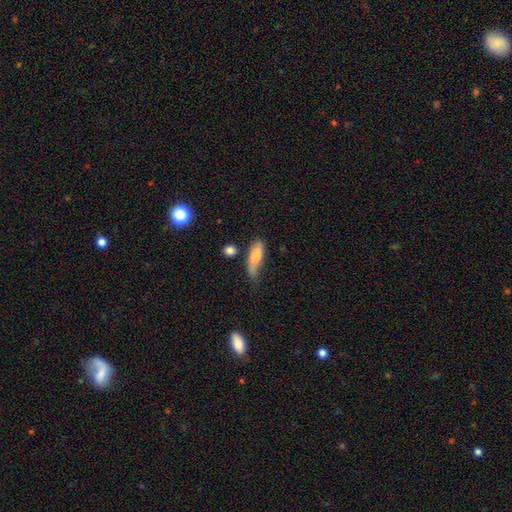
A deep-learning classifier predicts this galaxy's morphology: smooth 74%, featured or disk 19%, star or artifact 7%. Down the decision tree: how rounded — in between (62%); merging — minor disturbance (40%).